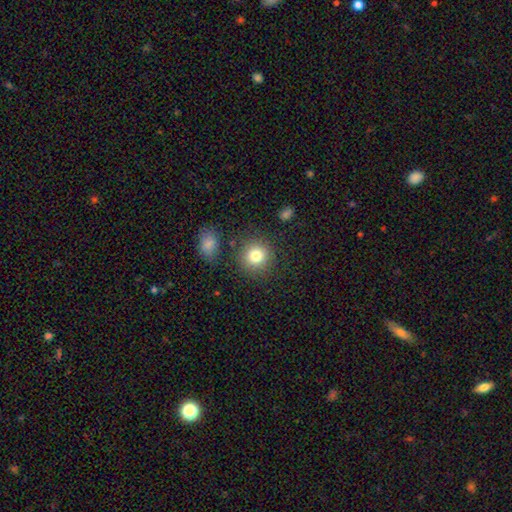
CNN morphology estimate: smooth_or_featured: smooth (p=0.81) [alt: star or artifact p=0.11]
how_rounded: round (p=0.91) [alt: in between p=0.08]
merging: none (p=0.84) [alt: minor disturbance p=0.09]